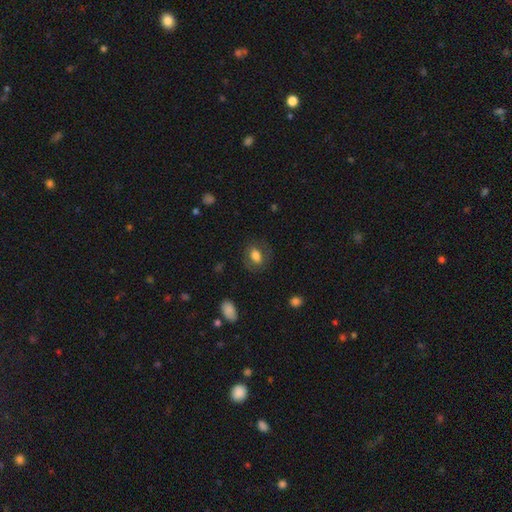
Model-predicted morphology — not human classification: This is likely a smooth galaxy (73%). How rounded: likely in between (73%). Merging: likely none (75%).